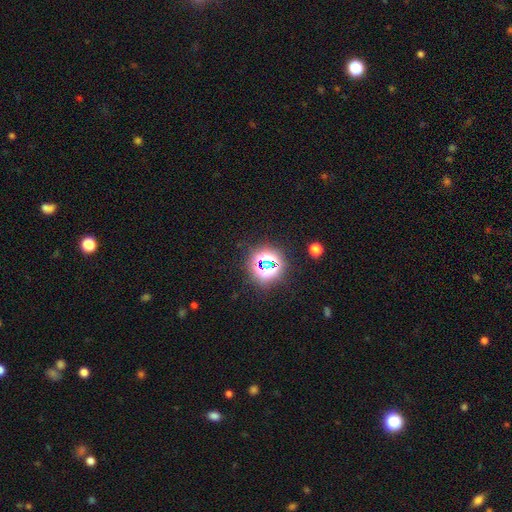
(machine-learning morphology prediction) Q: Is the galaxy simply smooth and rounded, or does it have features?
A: star or artifact — 72%.